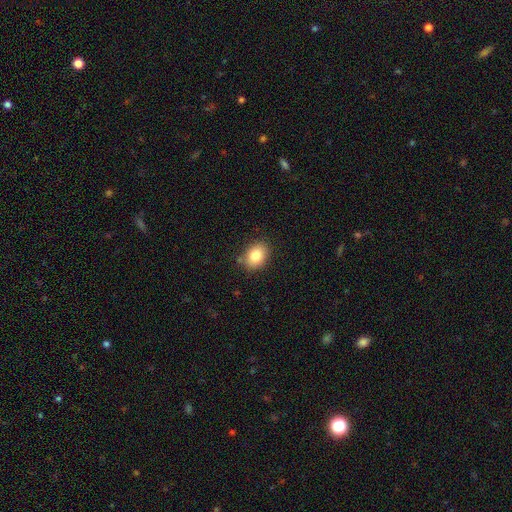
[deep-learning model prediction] Smooth or featured: smooth — 83% (star or artifact — 9%)
How rounded: in between — 61% (round — 38%)
Merging: none — 83% (minor disturbance — 13%)